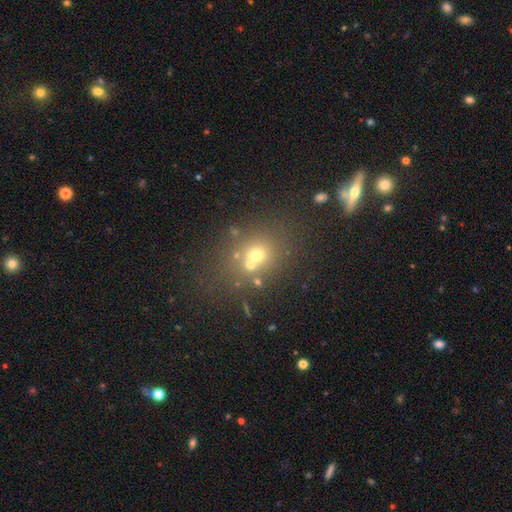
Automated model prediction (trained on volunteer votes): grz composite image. It shows a smooth galaxy with no disk features (59%) that is round (67%). Merging: none (57%).